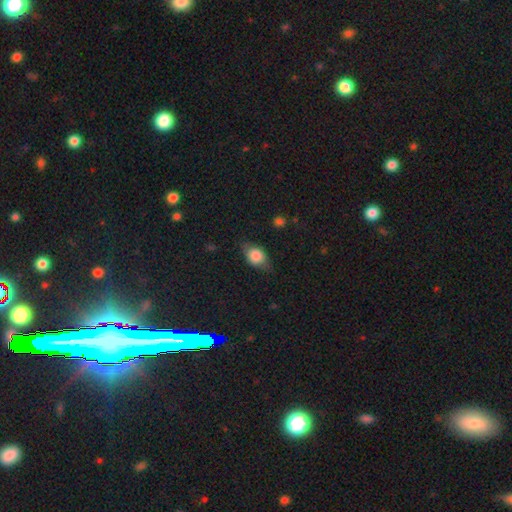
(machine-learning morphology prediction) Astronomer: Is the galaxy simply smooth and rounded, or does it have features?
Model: smooth — 71%.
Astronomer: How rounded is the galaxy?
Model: in between — 68%.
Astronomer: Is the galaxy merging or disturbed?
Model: none — 71%.